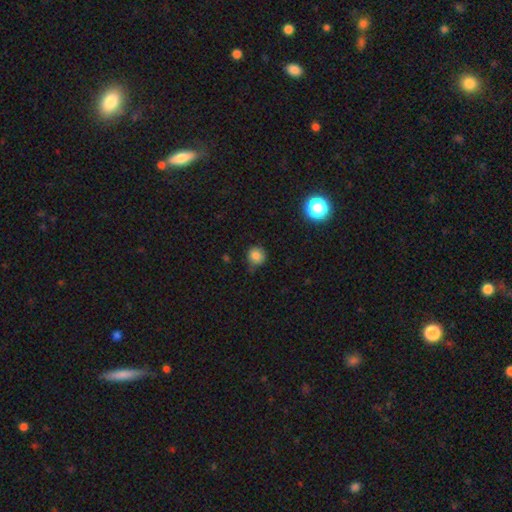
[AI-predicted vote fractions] smooth 81%, star or artifact 13%, featured or disk 6%. Down the decision tree: how rounded — round (89%); merging — none (69%).